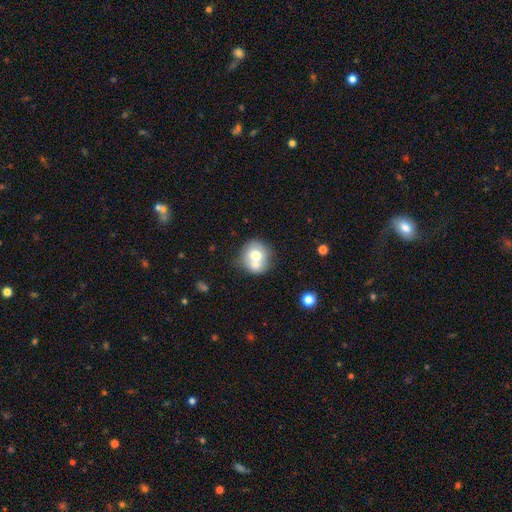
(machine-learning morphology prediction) The model was most divided on "merging": merger: 45%, none: 43%, minor disturbance: 9%, major disturbance: 3%. More confident: how rounded — round (86%); smooth or featured — smooth (66%).